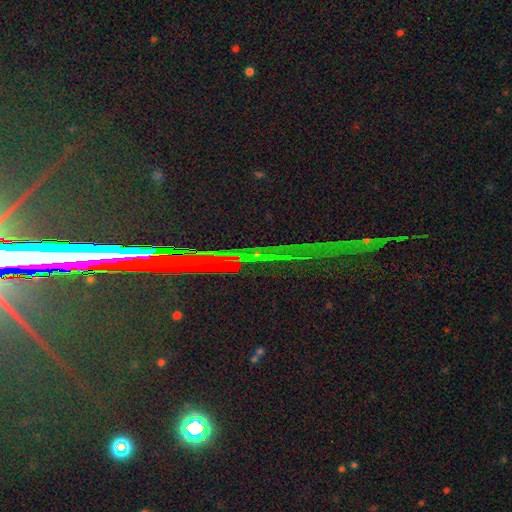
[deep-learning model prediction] Morphology: type=star or artifact (75%).